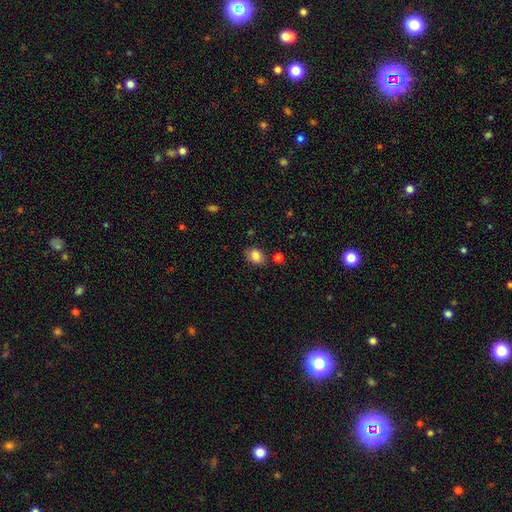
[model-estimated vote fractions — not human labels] Smooth or featured: smooth — 85% (star or artifact — 9%)
How rounded: in between — 74% (round — 25%)
Merging: none — 76% (minor disturbance — 15%)